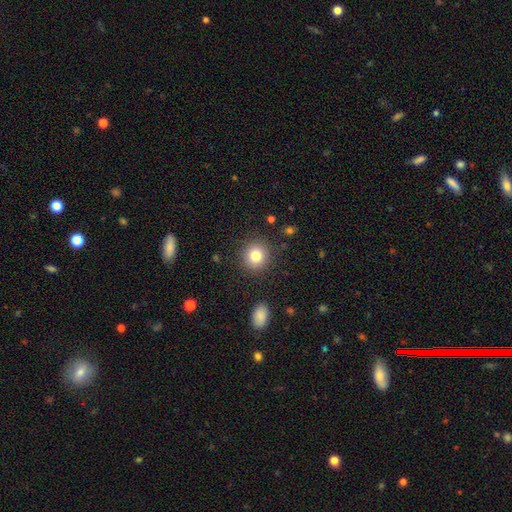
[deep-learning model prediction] Smooth or featured: smooth — 81% (star or artifact — 11%)
How rounded: round — 88% (in between — 11%)
Merging: none — 88% (minor disturbance — 7%)